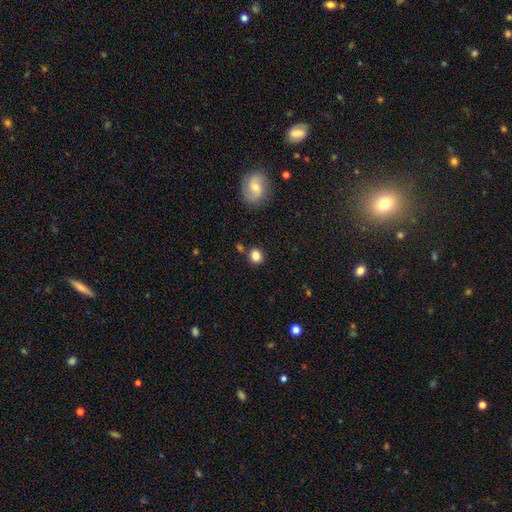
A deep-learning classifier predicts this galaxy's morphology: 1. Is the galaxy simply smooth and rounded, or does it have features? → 84% smooth, 10% star or artifact, 6% featured or disk.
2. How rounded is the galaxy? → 76% round, 23% in between, 1% cigar-shaped.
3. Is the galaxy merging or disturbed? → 80% none, 10% minor disturbance, 7% merger, 3% major disturbance.